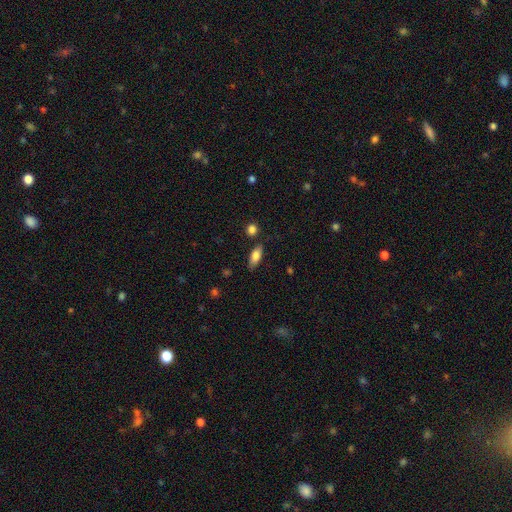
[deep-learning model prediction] This is likely a smooth galaxy (78%). How rounded: likely in between (79%). Merging: clearly none (81%).